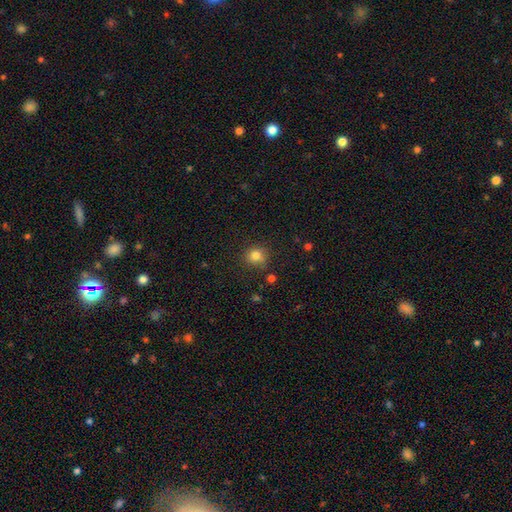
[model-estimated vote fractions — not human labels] This appears to be a smooth galaxy with no disk features (81%) that is round (85%). Merging: none (80%).